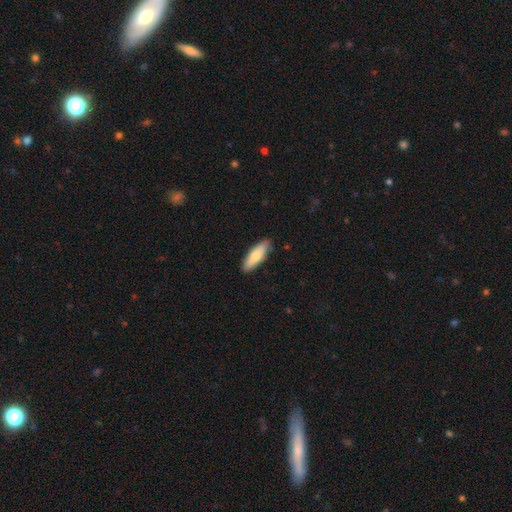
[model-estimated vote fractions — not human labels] smooth_or_featured: smooth (p=0.76) [alt: featured or disk p=0.19]
how_rounded: in between (p=0.54) [alt: cigar-shaped p=0.44]
merging: none (p=0.87) [alt: minor disturbance p=0.10]